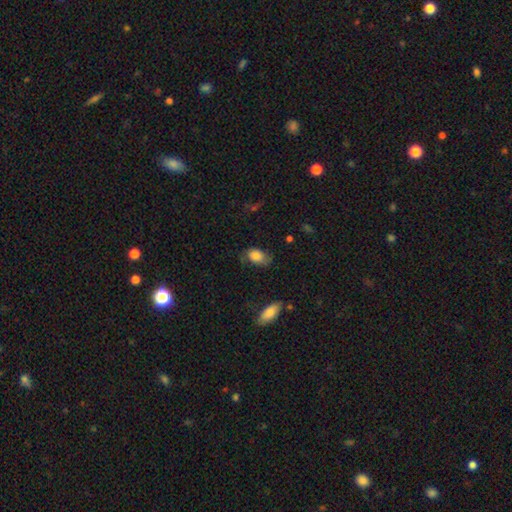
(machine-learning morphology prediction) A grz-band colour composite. It shows a smooth galaxy with no disk features (77%) that is in between round and cigar-shaped (87%). Merging: none (52%).